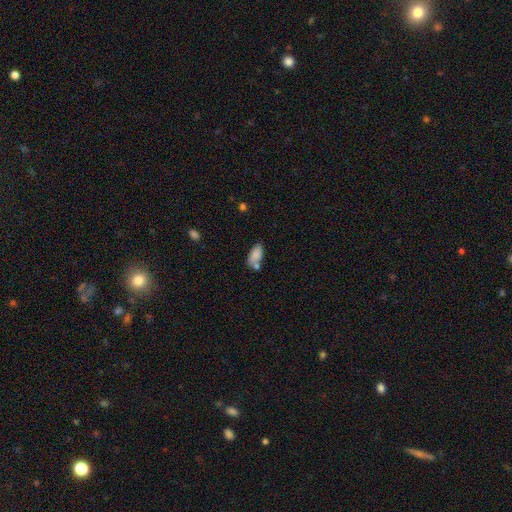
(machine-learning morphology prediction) Q: Smooth or featured?
A: smooth (83%); runner-up: featured or disk (9%)
Q: How rounded?
A: in between (90%); runner-up: cigar-shaped (6%)
Q: Merging?
A: none (52%); runner-up: merger (23%)